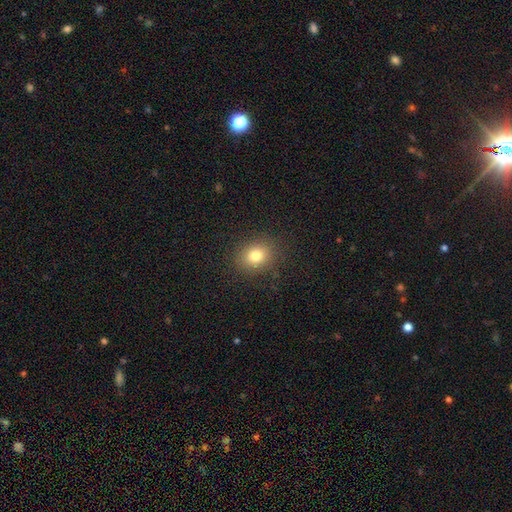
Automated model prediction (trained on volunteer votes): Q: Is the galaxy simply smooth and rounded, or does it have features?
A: smooth — 79%.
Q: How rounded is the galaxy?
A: round — 60%.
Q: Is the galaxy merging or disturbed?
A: none — 87%.